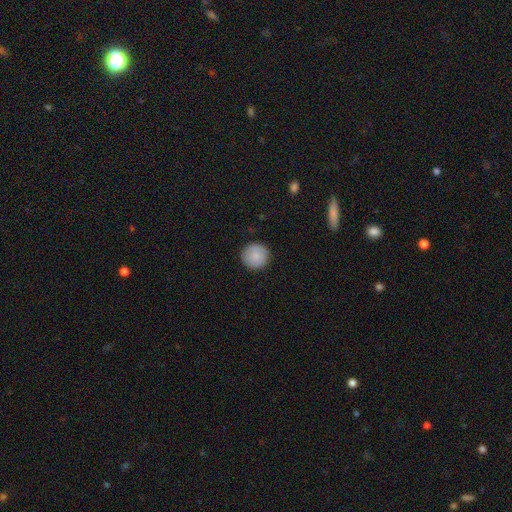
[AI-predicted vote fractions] Q: Smooth or featured?
A: smooth (86%); runner-up: featured or disk (7%)
Q: How rounded?
A: round (96%); runner-up: in between (3%)
Q: Merging?
A: none (92%); runner-up: minor disturbance (6%)